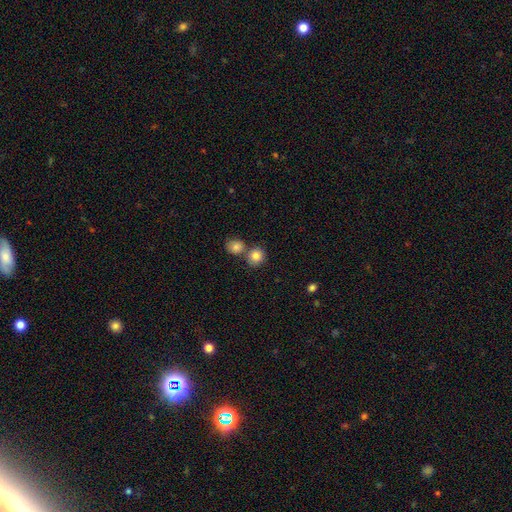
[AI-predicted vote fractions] smooth 83%, star or artifact 10%, featured or disk 7%. Down the decision tree: how rounded — round (86%); merging — none (61%).